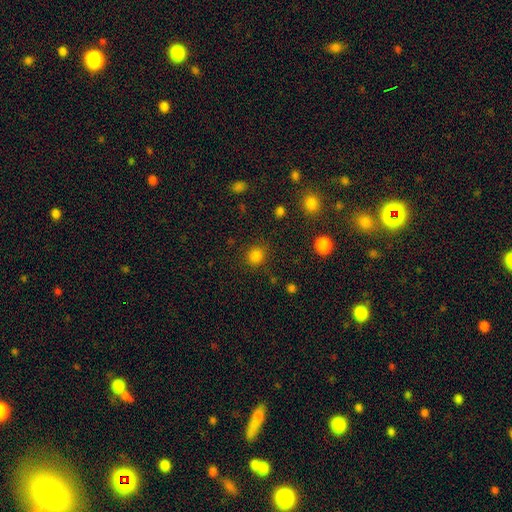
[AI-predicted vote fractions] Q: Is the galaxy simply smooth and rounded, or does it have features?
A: smooth — 82%.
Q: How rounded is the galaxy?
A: round — 84%.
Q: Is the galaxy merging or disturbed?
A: none — 84%.